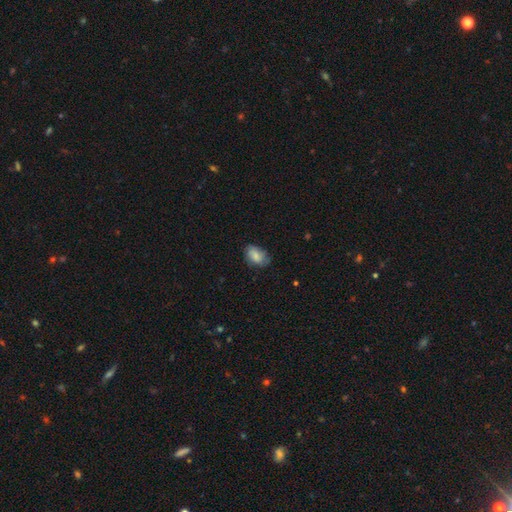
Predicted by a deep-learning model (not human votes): A smooth galaxy with no disk features (77%) that is in between round and cigar-shaped (88%). Merging: none (65%).